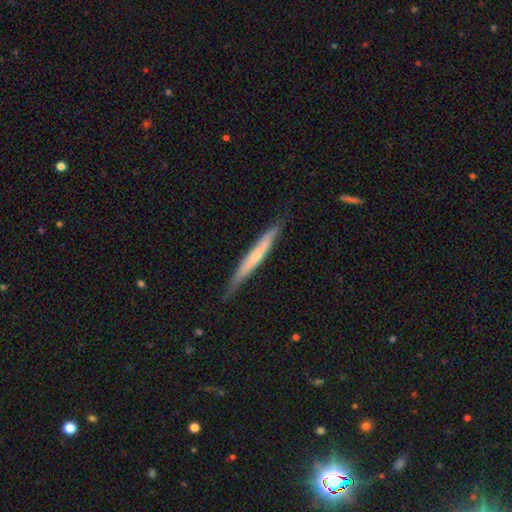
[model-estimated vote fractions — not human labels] This is possibly a featured or disk galaxy (53%). It is clearly viewed edge-on (93%). Merging: clearly none (80%).